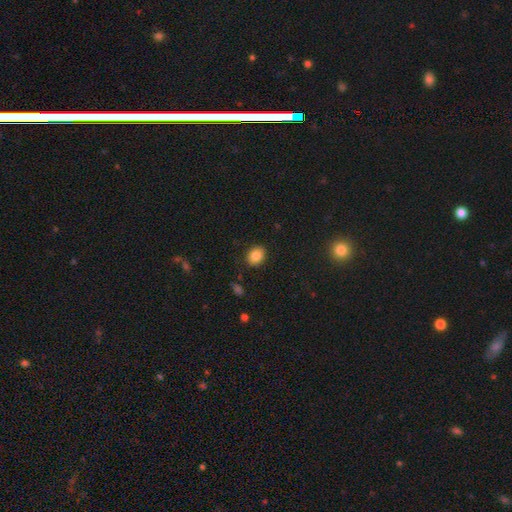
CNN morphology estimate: This appears to be a smooth galaxy with no disk features (85%) that is round (54%). Merging: none (88%).